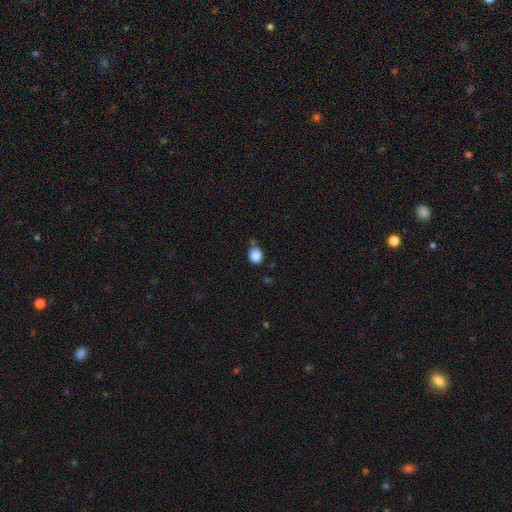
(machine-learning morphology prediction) Smooth or featured?
  - smooth: 87% *
  - star or artifact: 10%
  - featured or disk: 4%
How rounded?
  - round: 71% *
  - in between: 28%
  - cigar-shaped: 1%
Merging?
  - none: 64% *
  - minor disturbance: 21%
  - merger: 9%
  - major disturbance: 5%